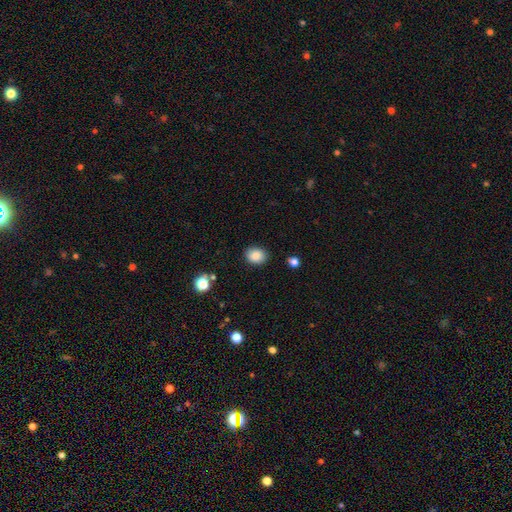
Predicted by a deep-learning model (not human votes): smooth 87%, star or artifact 9%, featured or disk 4%. Down the decision tree: how rounded — in between (58%); merging — none (86%).